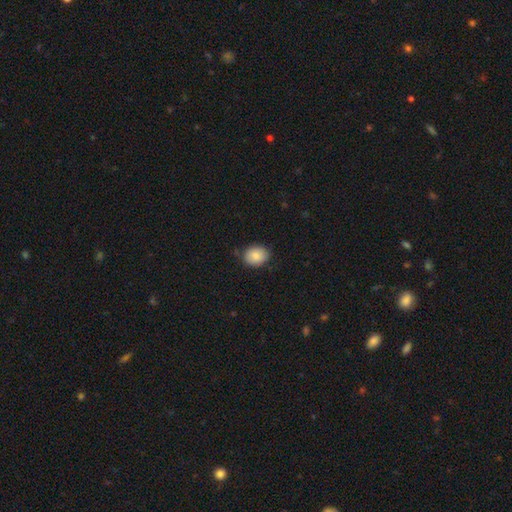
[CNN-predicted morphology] Smooth or featured? smooth (85%)
How rounded? in between (51%)
Merging? none (79%)